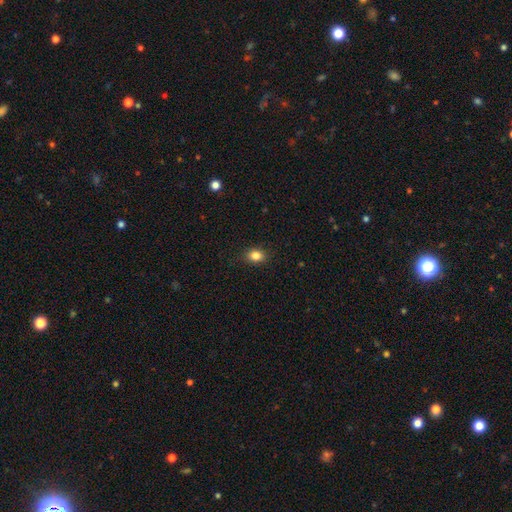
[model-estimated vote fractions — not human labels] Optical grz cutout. It shows a smooth galaxy with no disk features (85%) that is in between round and cigar-shaped (54%). Merging: none (88%).